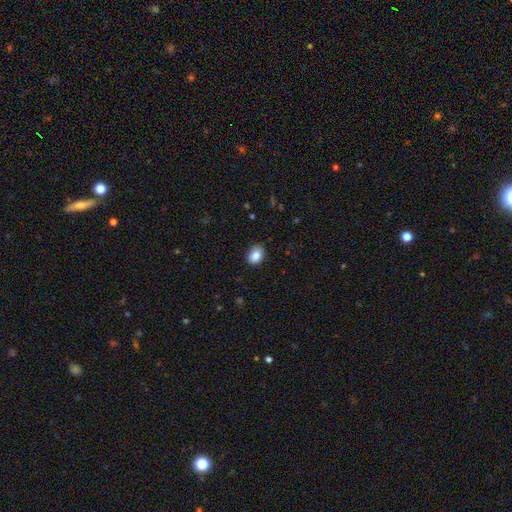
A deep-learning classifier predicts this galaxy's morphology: Overall: smooth (86%). How rounded: in between (67%; round 32%). Merging: none (85%).